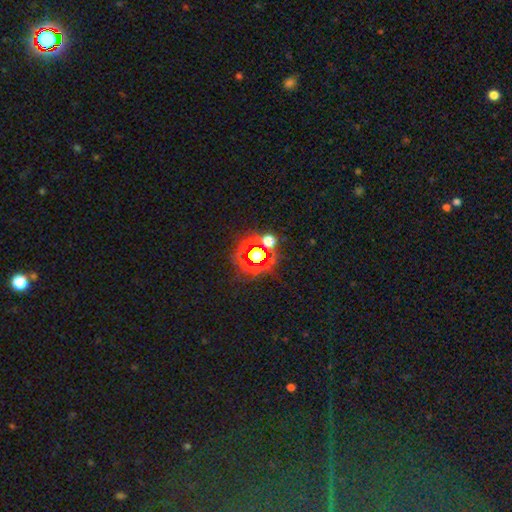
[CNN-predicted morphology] Smooth or featured?
  - star or artifact: 58% *
  - smooth: 30%
  - featured or disk: 12%